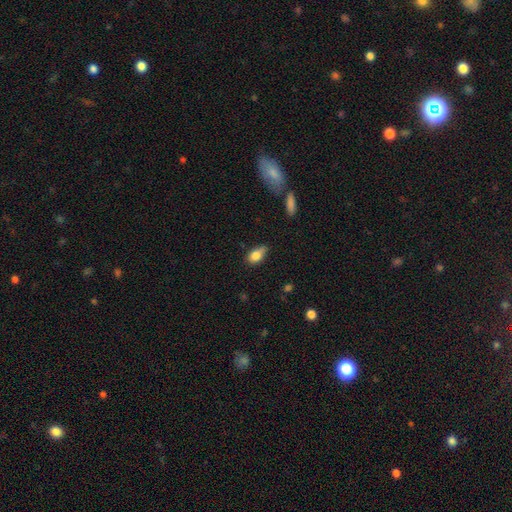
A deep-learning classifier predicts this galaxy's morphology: smooth 82%, featured or disk 10%, star or artifact 8%. Down the decision tree: how rounded — in between (85%); merging — none (54%).